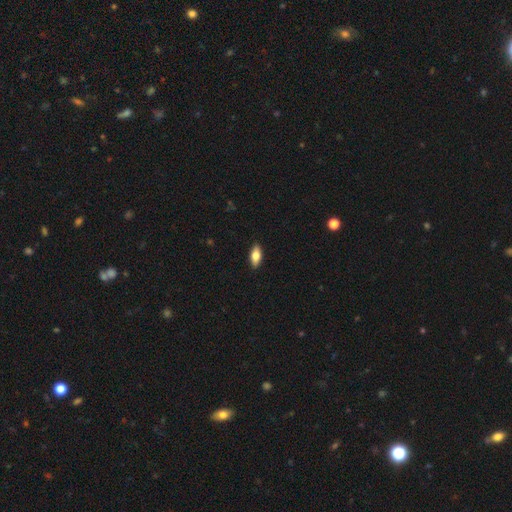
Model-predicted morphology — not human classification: Overall: smooth (77%). How rounded: in between (86%). Merging: none (90%).